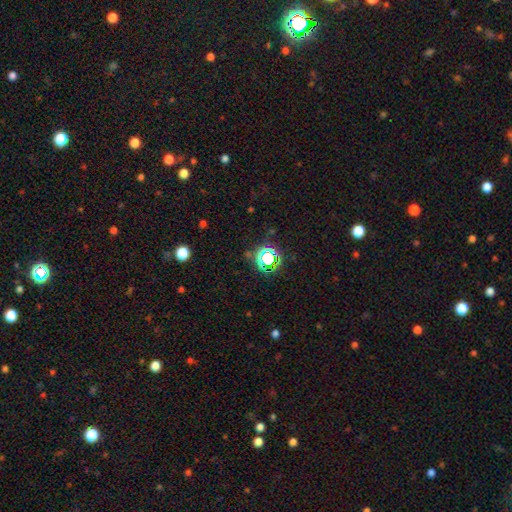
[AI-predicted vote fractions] This is likely a star or artifact rather than a galaxy (75%).